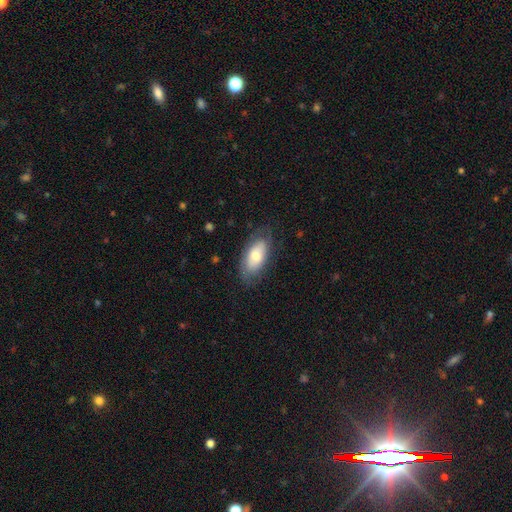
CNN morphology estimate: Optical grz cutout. It shows a smooth galaxy with no disk features (63%) that is in between round and cigar-shaped (90%). Merging: none (71%).